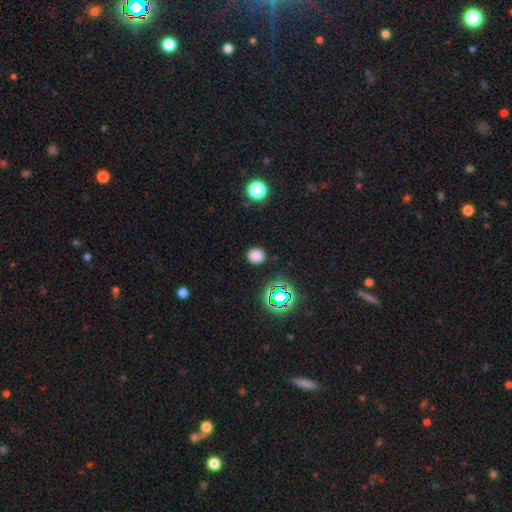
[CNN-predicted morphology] Q: Smooth or featured?
A: smooth (78%); runner-up: star or artifact (18%)
Q: How rounded?
A: round (70%); runner-up: in between (29%)
Q: Merging?
A: none (88%); runner-up: minor disturbance (8%)